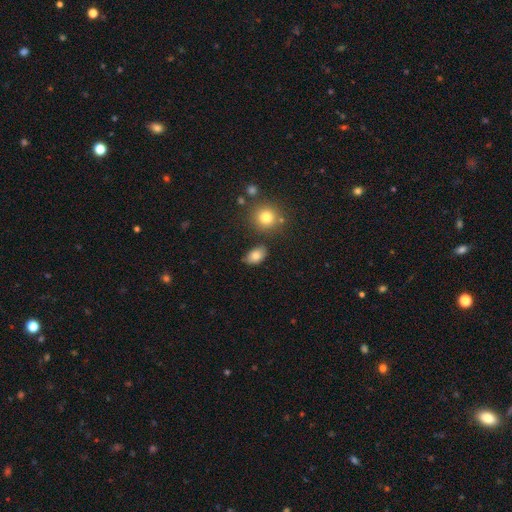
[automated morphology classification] smooth-or-featured: smooth: 81% | star or artifact: 10% | featured or disk: 8%
  how-rounded: in between: 85% | round: 14% | cigar-shaped: 2%
  merging: none: 75% | minor disturbance: 16% | merger: 5% | major disturbance: 4%